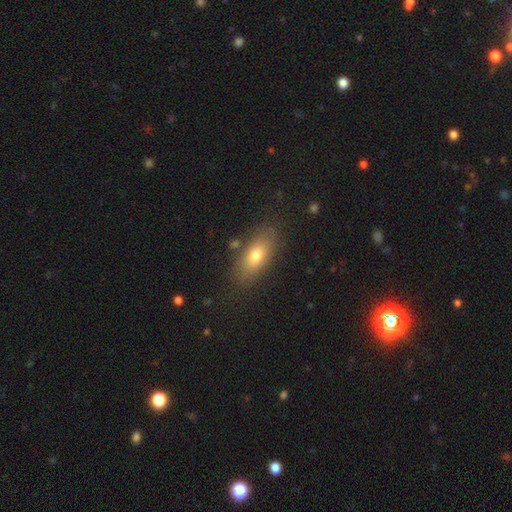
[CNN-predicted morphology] smooth 73%, featured or disk 19%, star or artifact 8%. Down the decision tree: how rounded — in between (82%); merging — none (80%).